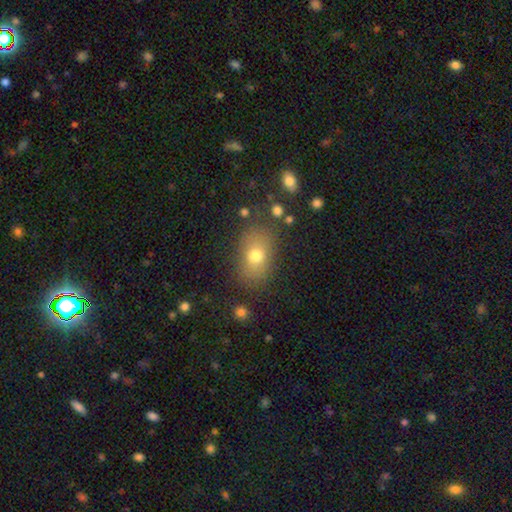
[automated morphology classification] smooth 72%, featured or disk 16%, star or artifact 13%. Down the decision tree: how rounded — in between (76%); merging — none (78%).